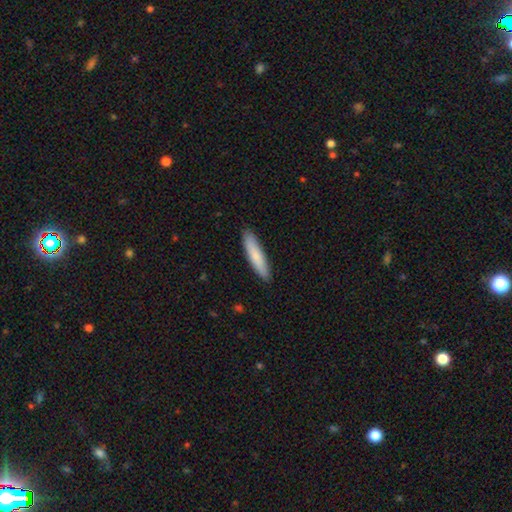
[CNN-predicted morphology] smooth_or_featured: smooth (p=0.80) [alt: featured or disk p=0.15]
how_rounded: cigar-shaped (p=0.84) [alt: in between p=0.15]
merging: none (p=0.90) [alt: minor disturbance p=0.08]